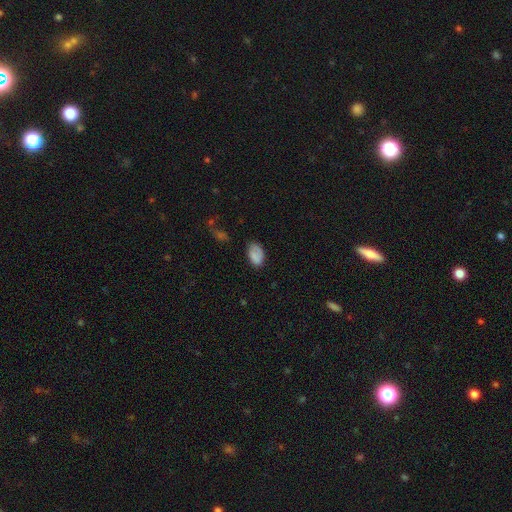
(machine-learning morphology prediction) Smooth or featured?
  - smooth: 82% *
  - featured or disk: 10%
  - star or artifact: 9%
How rounded?
  - in between: 90% *
  - round: 8%
  - cigar-shaped: 1%
Merging?
  - none: 62% *
  - minor disturbance: 28%
  - major disturbance: 8%
  - merger: 3%